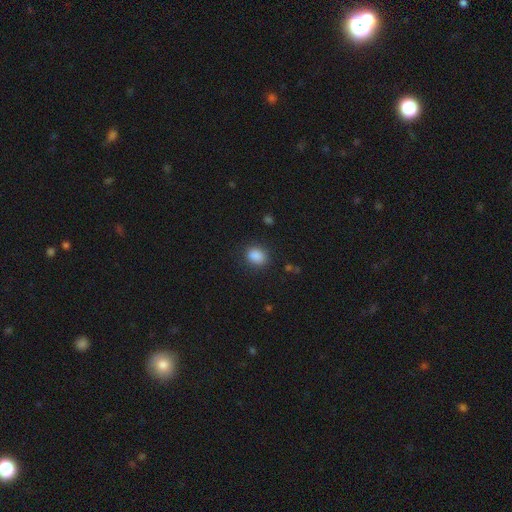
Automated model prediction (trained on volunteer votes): smooth-or-featured: smooth: 87% | star or artifact: 10% | featured or disk: 3%
  how-rounded: in between: 52% | round: 47% | cigar-shaped: 1%
  merging: none: 84% | minor disturbance: 12% | major disturbance: 4% | merger: 1%